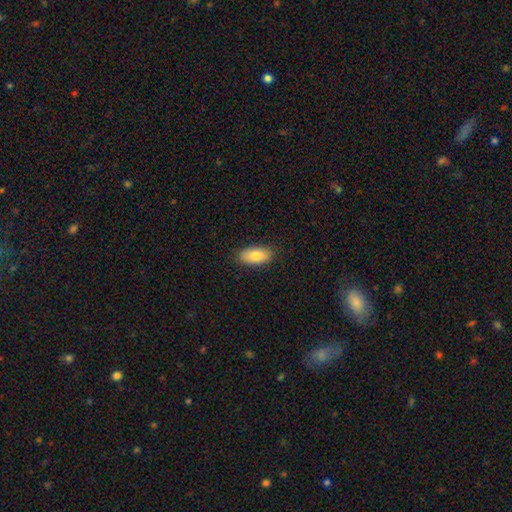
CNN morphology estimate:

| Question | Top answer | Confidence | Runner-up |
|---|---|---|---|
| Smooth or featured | smooth | 82% | featured or disk (11%) |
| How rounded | in between | 92% | cigar-shaped (5%) |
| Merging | none | 87% | minor disturbance (10%) |